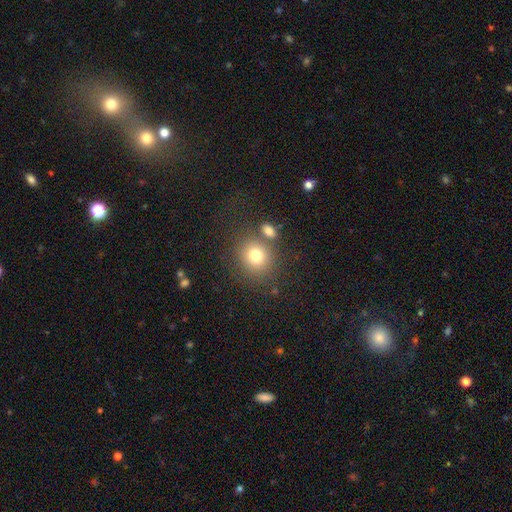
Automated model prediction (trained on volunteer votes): The model was most divided on "merging": none: 68%, merger: 16%, minor disturbance: 10%, major disturbance: 5%. More confident: how rounded — round (80%); smooth or featured — smooth (77%).